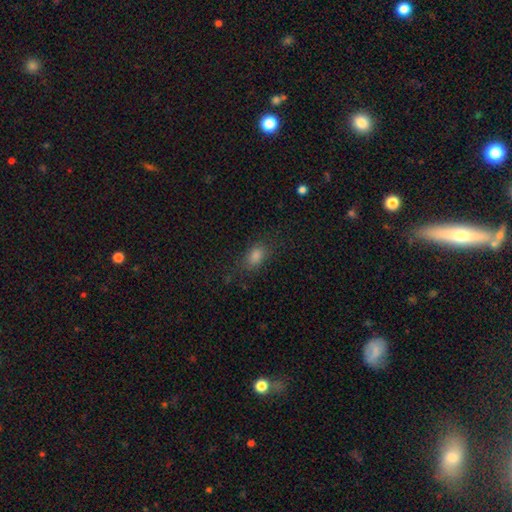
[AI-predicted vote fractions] smooth_or_featured: smooth (p=0.77) [alt: star or artifact p=0.15]
how_rounded: in between (p=0.76) [alt: round p=0.18]
merging: none (p=0.75) [alt: minor disturbance p=0.16]